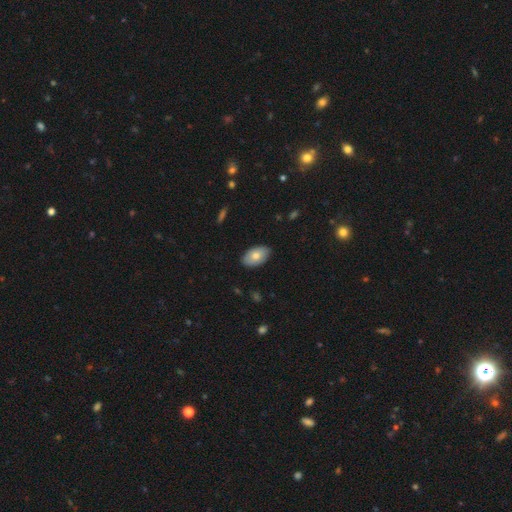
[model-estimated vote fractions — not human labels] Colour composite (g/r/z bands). It shows a smooth galaxy with no disk features (75%) that is in between round and cigar-shaped (93%). Merging: none (85%).